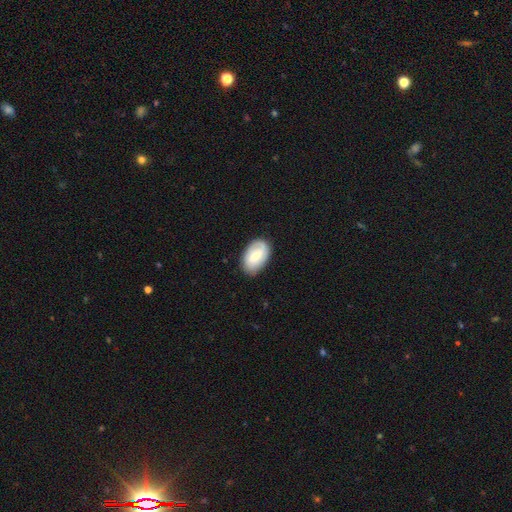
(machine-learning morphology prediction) smooth_or_featured: smooth (p=0.60) [alt: featured or disk p=0.34]
how_rounded: in between (p=0.92) [alt: round p=0.06]
merging: none (p=0.81) [alt: minor disturbance p=0.15]